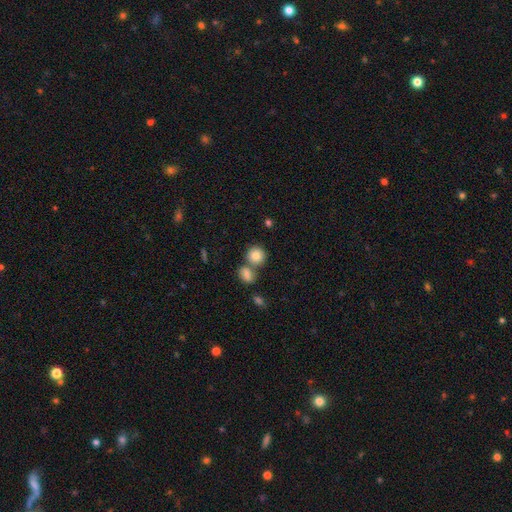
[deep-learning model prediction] smooth-or-featured: smooth: 83% | star or artifact: 9% | featured or disk: 9%
  how-rounded: round: 84% | in between: 15% | cigar-shaped: 1%
  merging: none: 58% | merger: 30% | minor disturbance: 9% | major disturbance: 3%